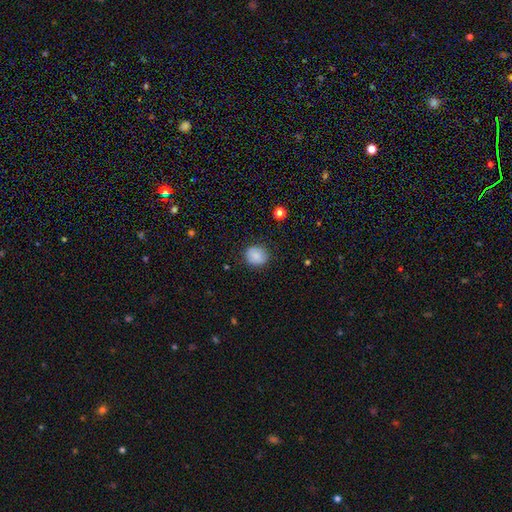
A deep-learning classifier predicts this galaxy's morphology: Overall: smooth (87%). How rounded: round (79%). Merging: none (85%).